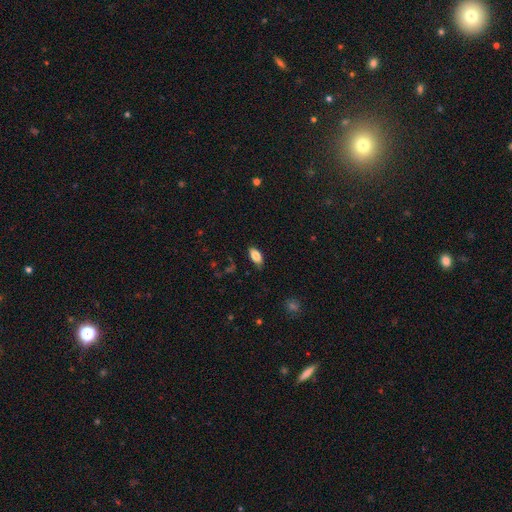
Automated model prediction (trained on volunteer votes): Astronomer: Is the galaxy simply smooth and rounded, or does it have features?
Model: smooth — 84%.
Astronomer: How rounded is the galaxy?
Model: in between — 92%.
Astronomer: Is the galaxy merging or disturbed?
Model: none — 83%.